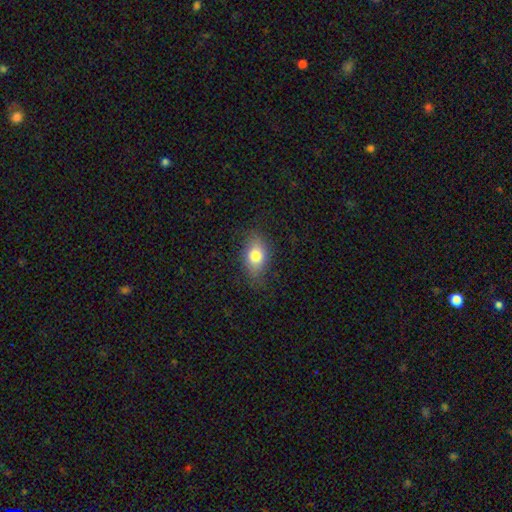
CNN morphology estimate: Smooth or featured? Predicted: smooth (p=0.78). How rounded? Predicted: in between (p=0.83). Merging? Predicted: none (p=0.78).